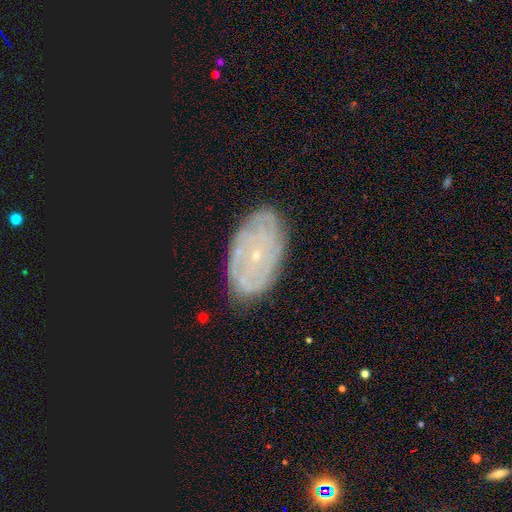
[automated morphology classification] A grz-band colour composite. It shows a featured or disk galaxy (63%) with no bar (79%), spiral arms (82%) and a small central bulge (84%). Merging: none (83%).